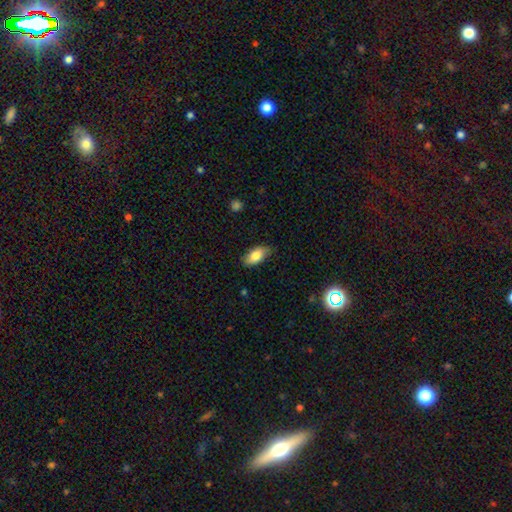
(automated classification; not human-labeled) This appears to be a smooth galaxy with no disk features (80%) that is in between round and cigar-shaped (92%). Merging: none (81%).